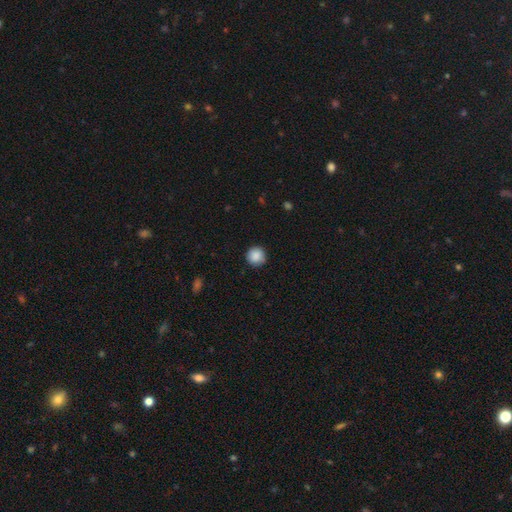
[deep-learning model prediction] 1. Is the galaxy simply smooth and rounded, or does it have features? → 88% smooth, 9% star or artifact, 3% featured or disk.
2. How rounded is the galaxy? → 95% round, 4% in between, 1% cigar-shaped.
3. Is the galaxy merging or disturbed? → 89% none, 8% minor disturbance, 2% major disturbance, 1% merger.